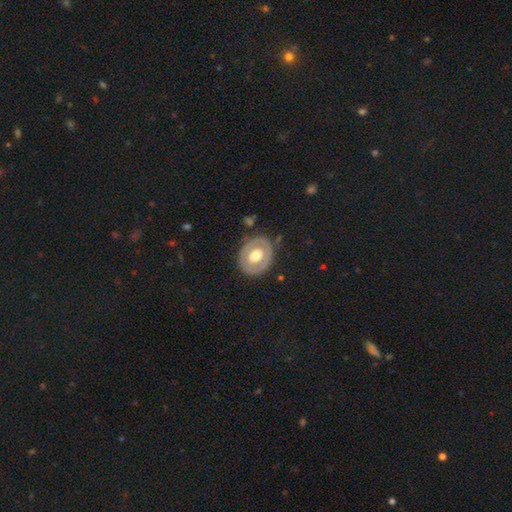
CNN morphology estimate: smooth-or-featured: featured or disk: 50% | smooth: 44% | star or artifact: 6%
  disk-edge-on: no: 94% | yes: 6%
  merging: none: 80% | minor disturbance: 14% | major disturbance: 5% | merger: 2%